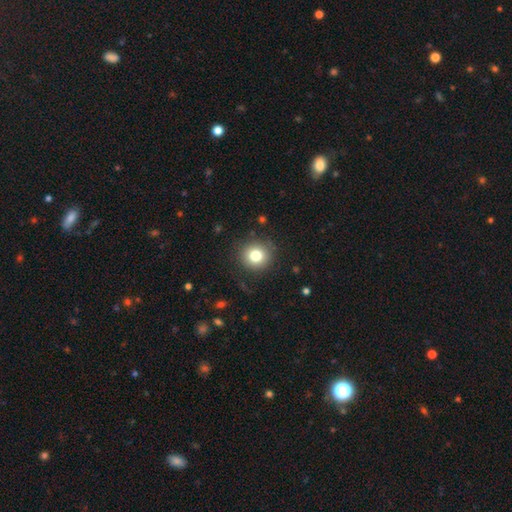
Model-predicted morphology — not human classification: Smooth or featured? smooth (80%)
How rounded? round (91%)
Merging? none (89%)